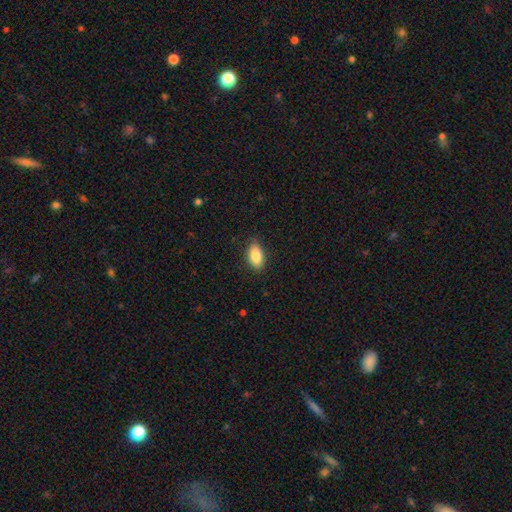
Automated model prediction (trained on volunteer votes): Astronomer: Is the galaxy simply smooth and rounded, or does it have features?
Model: smooth — 85%.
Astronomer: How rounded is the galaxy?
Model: in between — 90%.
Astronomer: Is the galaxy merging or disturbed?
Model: none — 86%.